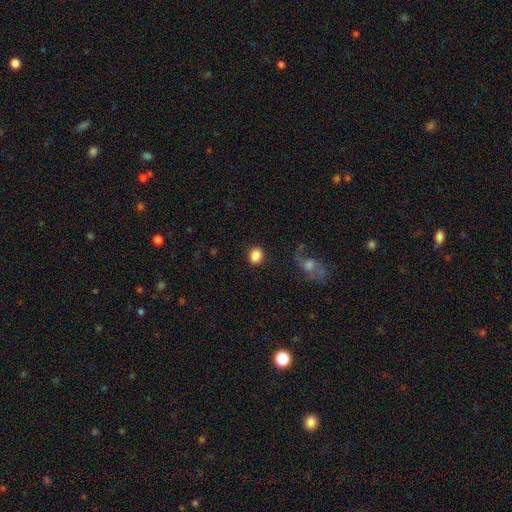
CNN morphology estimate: Smooth or featured?
  - smooth: 86% *
  - star or artifact: 8%
  - featured or disk: 6%
How rounded?
  - round: 53% *
  - in between: 45%
  - cigar-shaped: 1%
Merging?
  - none: 82% *
  - minor disturbance: 10%
  - major disturbance: 5%
  - merger: 3%